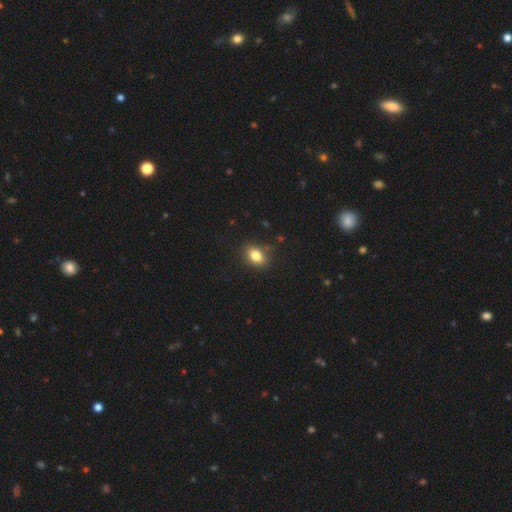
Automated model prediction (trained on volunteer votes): Smooth or featured: smooth — 83% (star or artifact — 10%)
How rounded: in between — 70% (round — 28%)
Merging: none — 87% (minor disturbance — 9%)